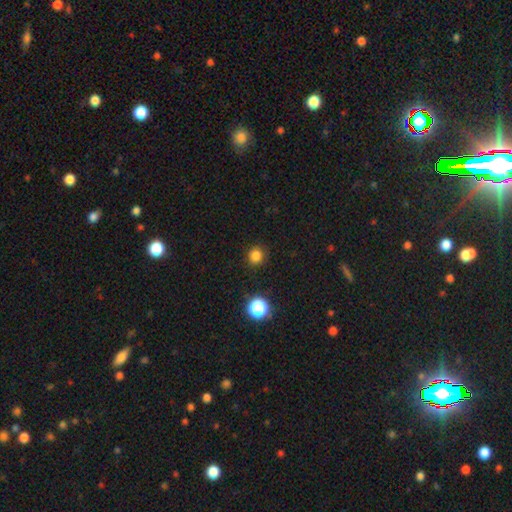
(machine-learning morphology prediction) Q: Smooth or featured?
A: smooth (82%); runner-up: star or artifact (15%)
Q: How rounded?
A: round (91%); runner-up: in between (8%)
Q: Merging?
A: none (89%); runner-up: minor disturbance (7%)